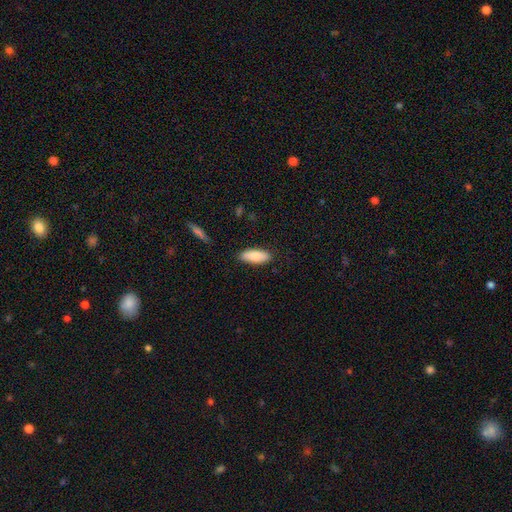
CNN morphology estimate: A smooth galaxy with no disk features (81%) that is in between round and cigar-shaped (80%).

Vote fractions:
- Smooth or featured? smooth: 81% / featured or disk: 13% / star or artifact: 6%
- How rounded? in between: 80% / cigar-shaped: 18% / round: 2%
- Merging? none: 87% / minor disturbance: 10% / major disturbance: 2% / merger: 1%